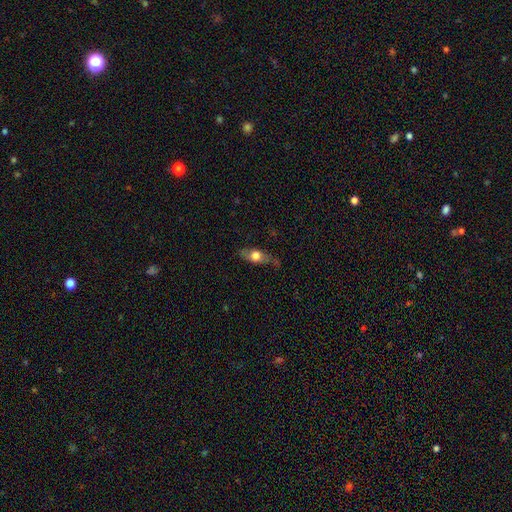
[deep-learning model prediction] A smooth galaxy with no disk features (57%) that is in between round and cigar-shaped (65%).

Vote fractions:
- Smooth or featured? smooth: 57% / featured or disk: 36% / star or artifact: 7%
- How rounded? in between: 65% / cigar-shaped: 25% / round: 9%
- Merging? none: 64% / minor disturbance: 26% / major disturbance: 8% / merger: 2%